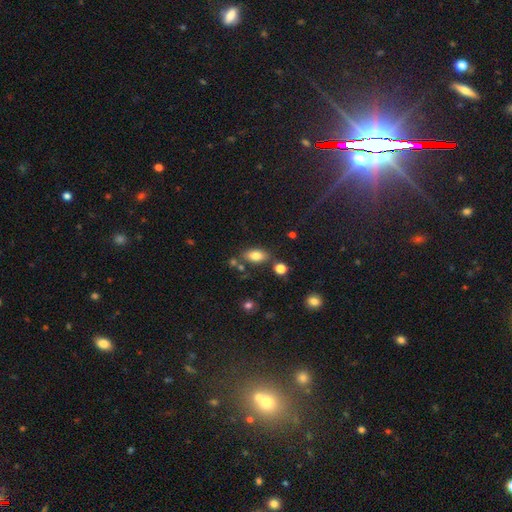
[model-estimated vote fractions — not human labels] This is likely a smooth galaxy (80%). How rounded: clearly in between (89%). Merging: likely none (74%).